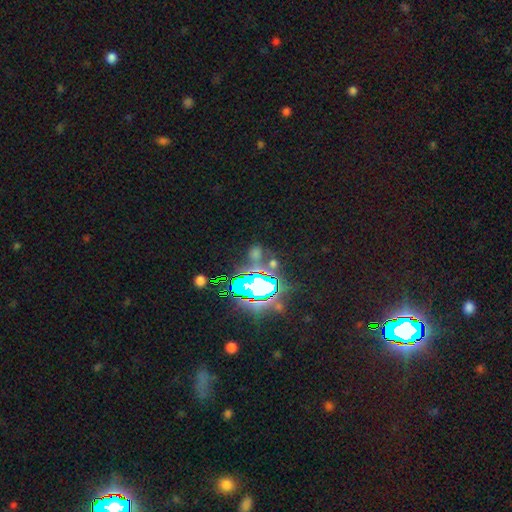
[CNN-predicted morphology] This appears to be a star or artifact, not a galaxy (64%).